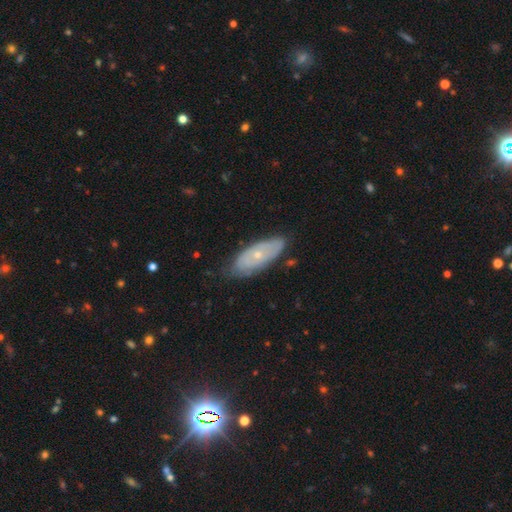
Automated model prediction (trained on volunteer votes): Overall: featured or disk (50%; smooth 34%). Merging: none (78%).